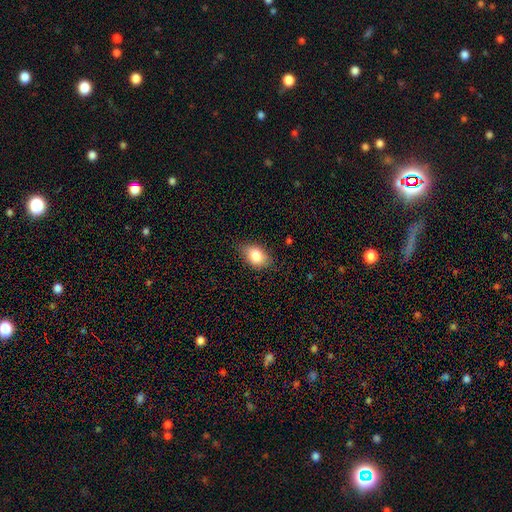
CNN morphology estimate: Overall: smooth (82%). How rounded: in between (83%). Merging: none (76%).